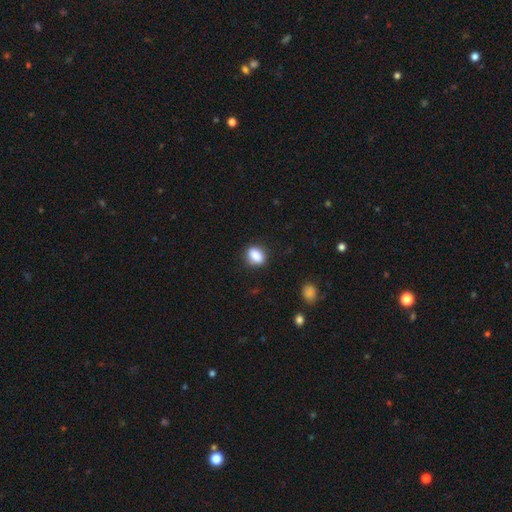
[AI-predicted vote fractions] A smooth galaxy with no disk features (87%) that is in between round and cigar-shaped (70%). Merging: none (81%).